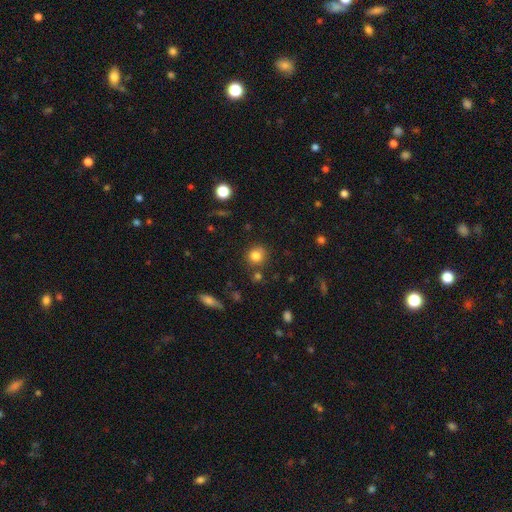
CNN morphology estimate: smooth_or_featured: smooth (p=0.82) [alt: star or artifact p=0.12]
how_rounded: round (p=0.87) [alt: in between p=0.12]
merging: none (p=0.80) [alt: minor disturbance p=0.11]